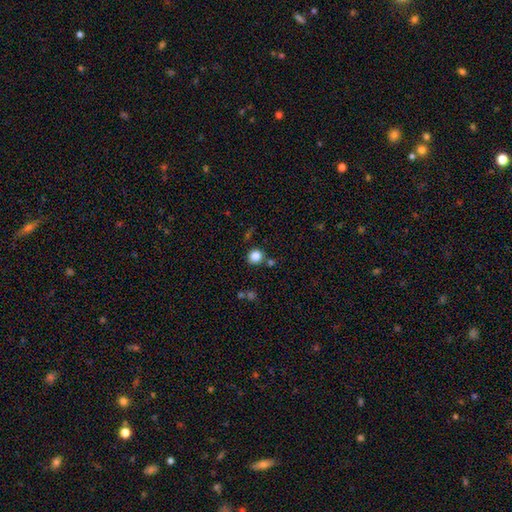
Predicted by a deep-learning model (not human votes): Smooth or featured: smooth — 84% (star or artifact — 11%)
How rounded: round — 89% (in between — 10%)
Merging: none — 80% (minor disturbance — 9%)